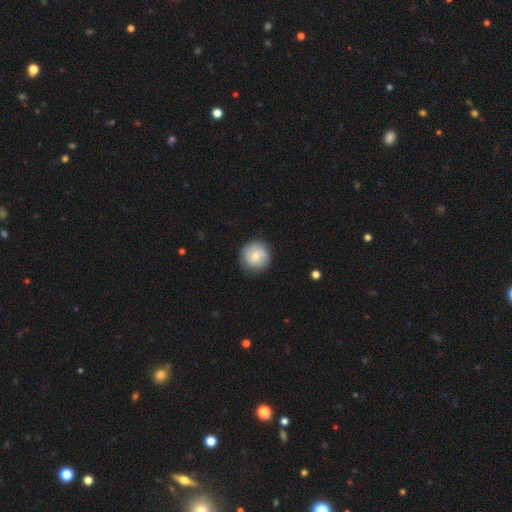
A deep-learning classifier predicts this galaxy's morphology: This is likely a smooth galaxy (71%). How rounded: clearly round (94%). Merging: clearly none (86%).